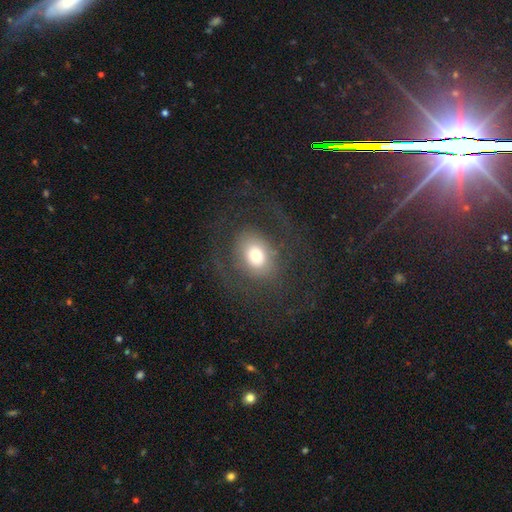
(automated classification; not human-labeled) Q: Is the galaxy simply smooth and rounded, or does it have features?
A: smooth — 51%.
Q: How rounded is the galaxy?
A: in between — 55%.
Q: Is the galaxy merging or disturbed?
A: none — 63%.